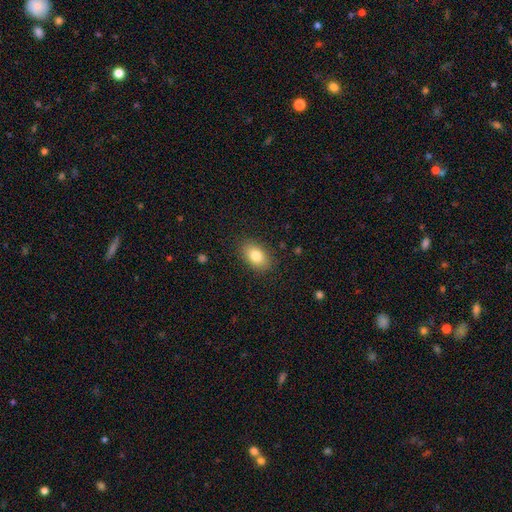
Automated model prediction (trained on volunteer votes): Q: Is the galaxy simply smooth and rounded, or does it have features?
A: smooth — 82%.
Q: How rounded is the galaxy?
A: in between — 86%.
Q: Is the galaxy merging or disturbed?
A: none — 87%.